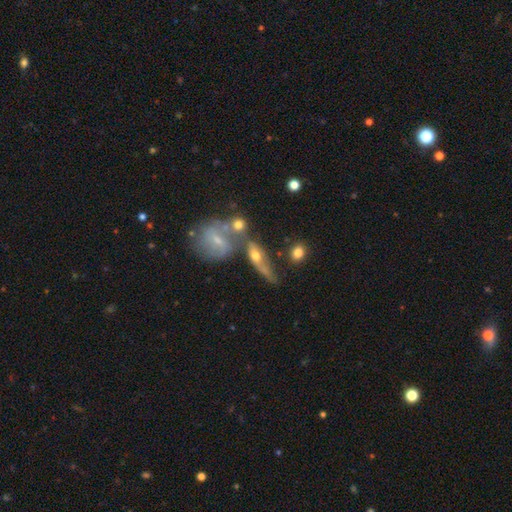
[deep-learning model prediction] smooth_or_featured: featured or disk (p=0.53) [alt: smooth p=0.36]
disk_edge_on: no (p=0.51) [alt: yes p=0.49]
merging: none (p=0.37) [alt: merger p=0.32]